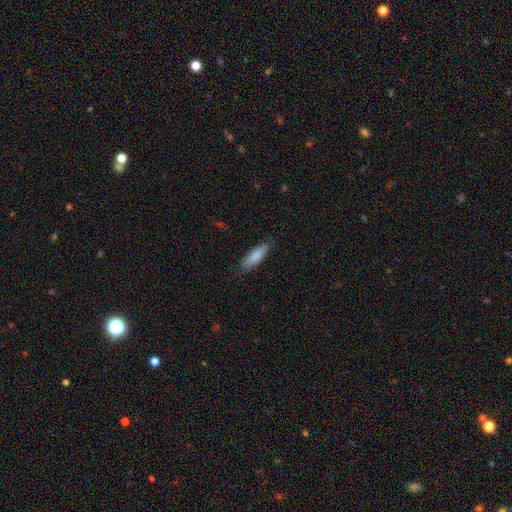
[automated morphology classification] Q: Smooth or featured?
A: smooth (83%); runner-up: featured or disk (11%)
Q: How rounded?
A: in between (49%); tied with: cigar-shaped (49%)
Q: Merging?
A: none (79%); runner-up: minor disturbance (16%)